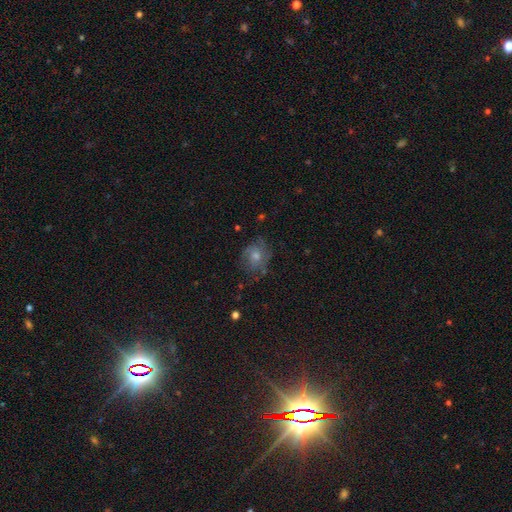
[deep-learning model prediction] A featured or disk galaxy (49%).

Vote fractions:
- Smooth or featured? featured or disk: 49% / smooth: 29% / star or artifact: 22%
- Merging? none: 70% / minor disturbance: 18% / major disturbance: 10% / merger: 2%